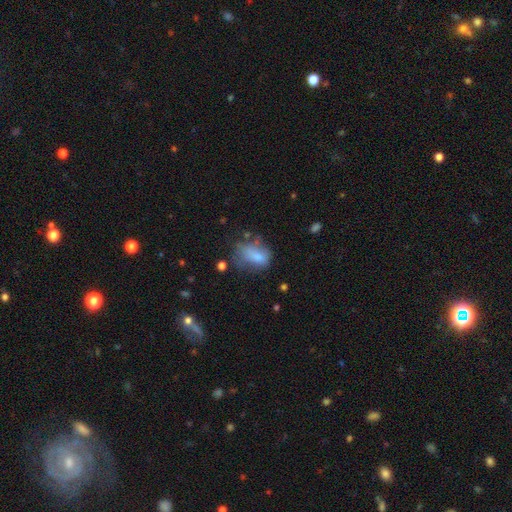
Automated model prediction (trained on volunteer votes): Smooth or featured?
  - smooth: 67% *
  - featured or disk: 22%
  - star or artifact: 11%
How rounded?
  - in between: 73% *
  - round: 25%
  - cigar-shaped: 2%
Merging?
  - none: 32% *
  - major disturbance: 31%
  - minor disturbance: 29%
  - merger: 7%